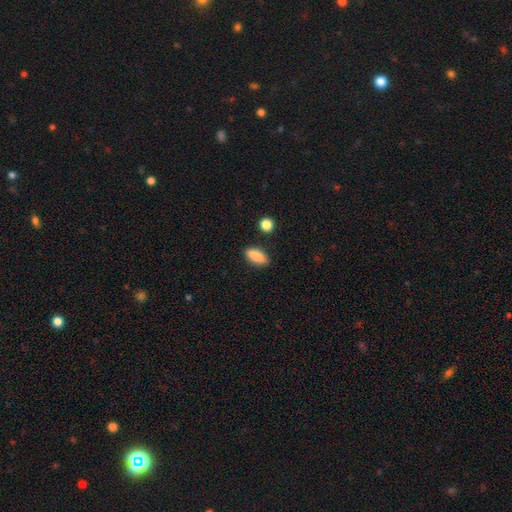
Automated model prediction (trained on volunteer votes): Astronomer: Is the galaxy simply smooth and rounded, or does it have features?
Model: smooth — 88%.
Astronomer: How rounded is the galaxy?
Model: in between — 80%.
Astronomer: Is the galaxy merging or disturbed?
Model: none — 85%.